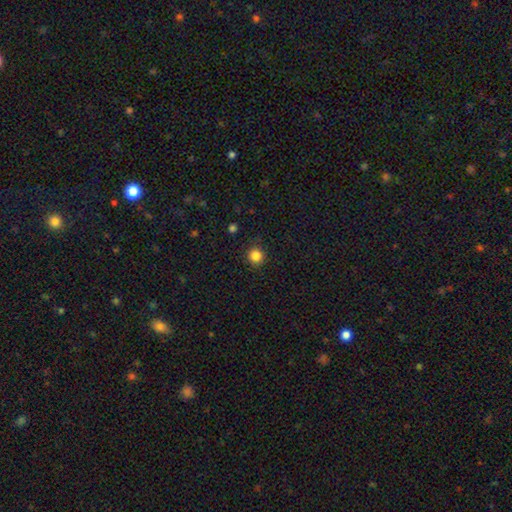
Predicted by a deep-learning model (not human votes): Smooth or featured? smooth (85%)
How rounded? round (94%)
Merging? none (91%)